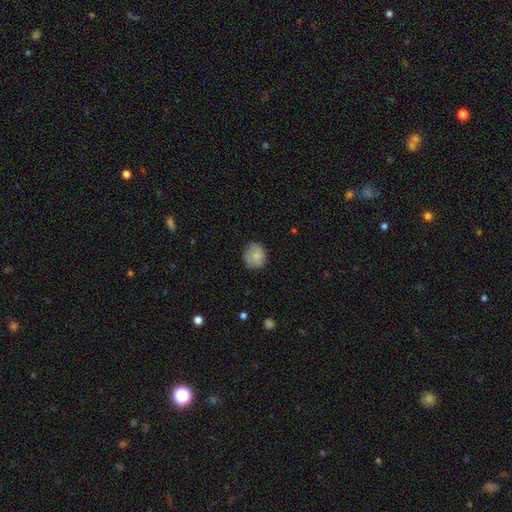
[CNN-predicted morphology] Smooth or featured?
  - smooth: 82% *
  - featured or disk: 11%
  - star or artifact: 7%
How rounded?
  - round: 80% *
  - in between: 19%
  - cigar-shaped: 1%
Merging?
  - none: 78% *
  - minor disturbance: 17%
  - major disturbance: 3%
  - merger: 1%